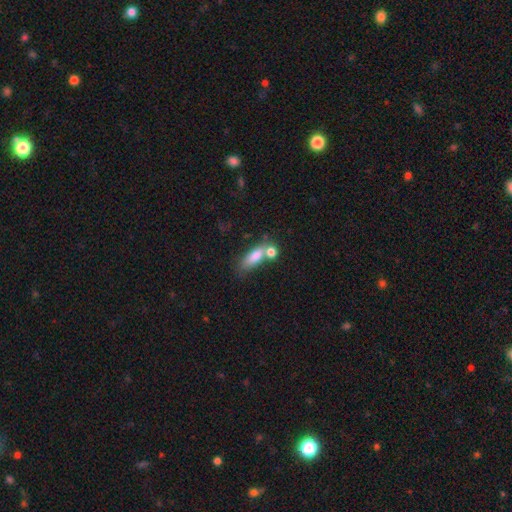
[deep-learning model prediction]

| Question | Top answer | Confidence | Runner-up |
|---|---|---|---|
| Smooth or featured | smooth | 78% | featured or disk (13%) |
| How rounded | in between | 65% | cigar-shaped (28%) |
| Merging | merger | 42% | none (38%) |